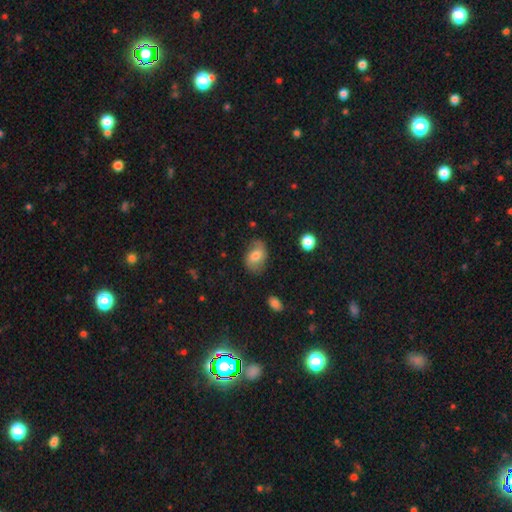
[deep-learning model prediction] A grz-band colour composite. It shows a smooth galaxy with no disk features (65%) that is in between round and cigar-shaped (79%). Merging: none (68%).